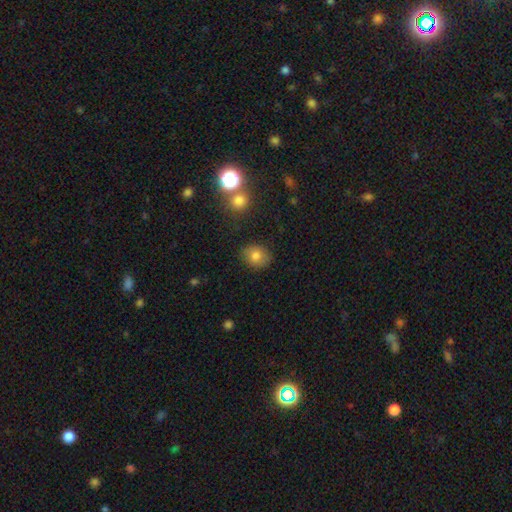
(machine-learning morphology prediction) smooth 78%, star or artifact 12%, featured or disk 10%. Down the decision tree: how rounded — round (66%); merging — none (84%).